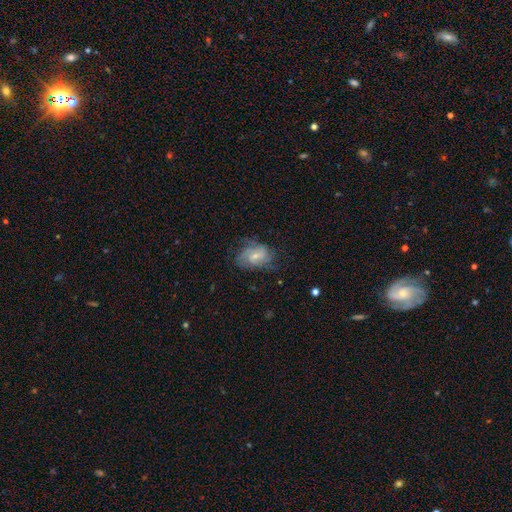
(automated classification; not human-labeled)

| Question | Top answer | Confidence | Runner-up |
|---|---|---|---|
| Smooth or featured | featured or disk | 63% | smooth (29%) |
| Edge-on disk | no | 97% | yes (3%) |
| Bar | no | 47% | weak (45%) |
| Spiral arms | yes | 84% | no (16%) |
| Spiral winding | medium | 41% | tight (38%) |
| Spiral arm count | can't tell | 40% | 2 (27%) |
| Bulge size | small | 60% | moderate (33%) |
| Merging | none | 59% | minor disturbance (25%) |